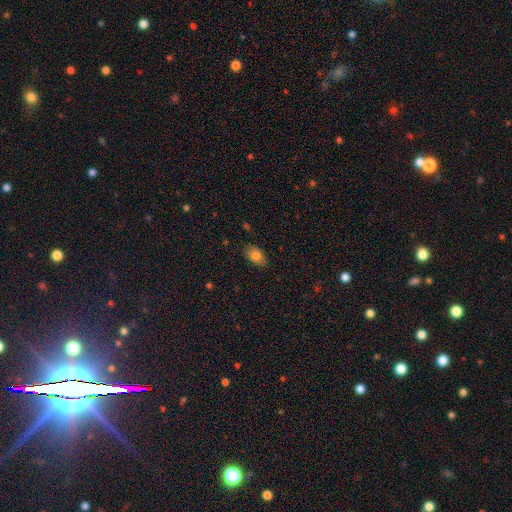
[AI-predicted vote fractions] smooth-or-featured: smooth: 82% | featured or disk: 10% | star or artifact: 9%
  how-rounded: in between: 87% | round: 12% | cigar-shaped: 2%
  merging: none: 81% | minor disturbance: 15% | major disturbance: 3% | merger: 1%